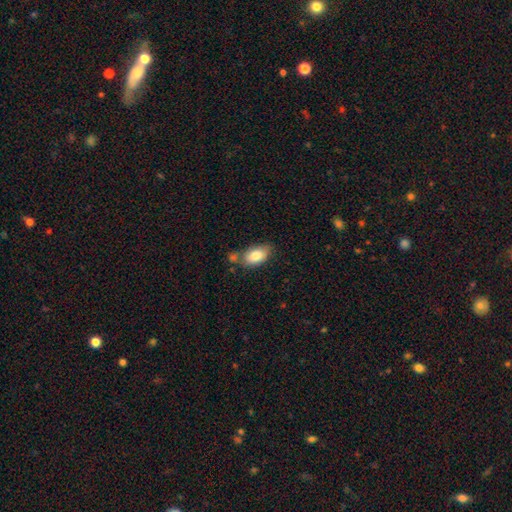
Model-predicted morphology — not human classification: Smooth or featured: smooth — 82% (featured or disk — 11%)
How rounded: in between — 92% (round — 6%)
Merging: none — 58% (minor disturbance — 20%)